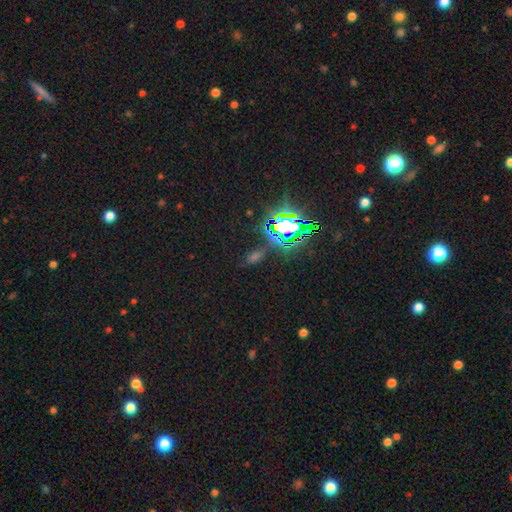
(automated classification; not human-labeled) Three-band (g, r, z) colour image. It shows a star or artifact, not a galaxy (69%).